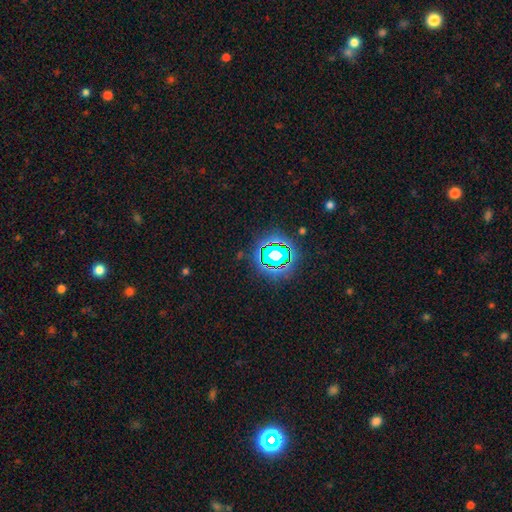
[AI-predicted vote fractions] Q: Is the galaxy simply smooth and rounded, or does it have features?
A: star or artifact — 76%.